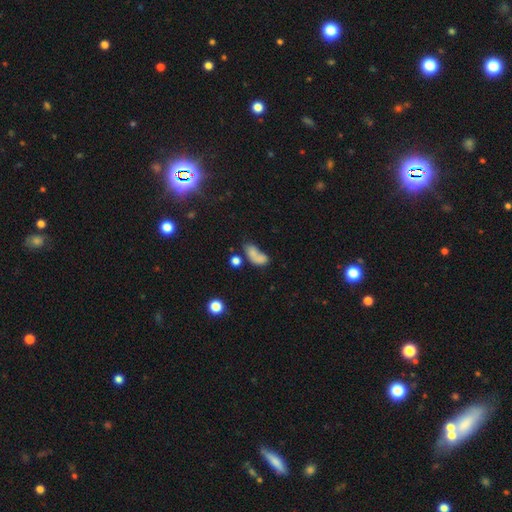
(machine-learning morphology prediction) smooth 69%, featured or disk 17%, star or artifact 13%. Down the decision tree: how rounded — in between (80%); merging — merger (35%).